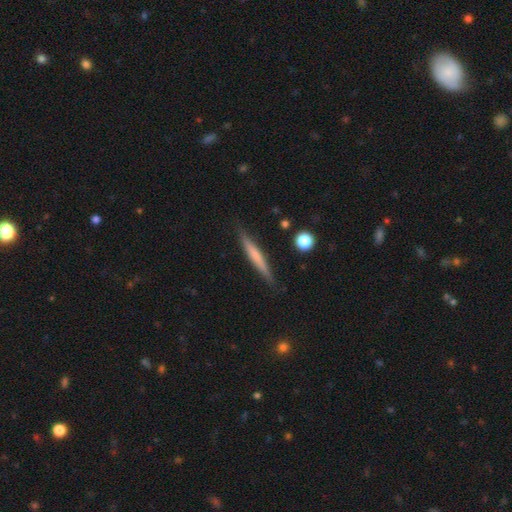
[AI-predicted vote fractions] The model was most divided on "smooth or featured": smooth: 52%, featured or disk: 42%, star or artifact: 6%. More confident: how rounded — cigar-shaped (95%); merging — none (87%).